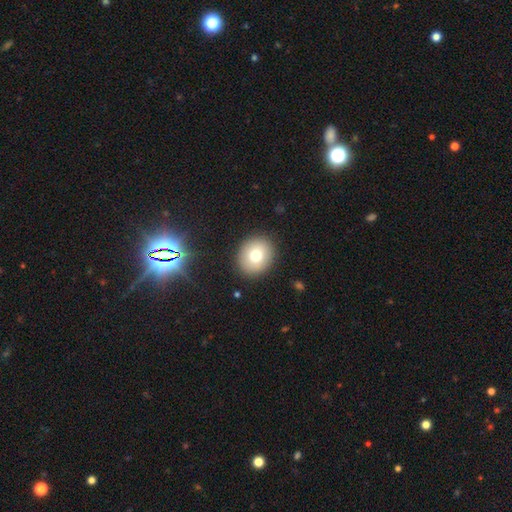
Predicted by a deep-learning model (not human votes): Smooth or featured: smooth — 74% (featured or disk — 15%)
How rounded: round — 76% (in between — 23%)
Merging: none — 90% (minor disturbance — 7%)